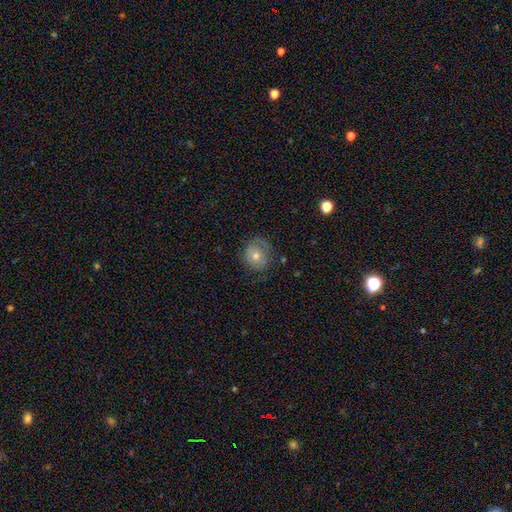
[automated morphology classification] Overall: smooth (65%; featured or disk 26%). How rounded: round (80%). Merging: none (66%).